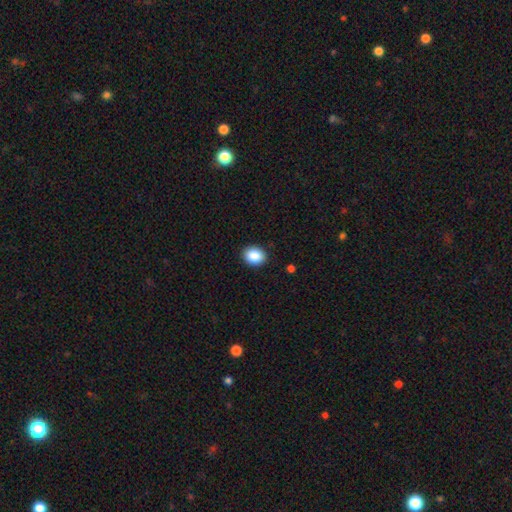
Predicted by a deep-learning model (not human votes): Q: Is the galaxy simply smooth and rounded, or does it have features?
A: smooth — 88%.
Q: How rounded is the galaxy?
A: in between — 56%.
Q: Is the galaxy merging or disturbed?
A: none — 90%.